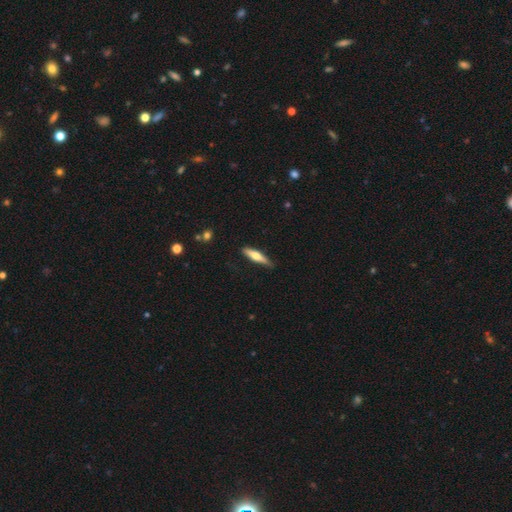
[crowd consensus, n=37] This appears to be a smooth galaxy with no disk features (57%) that is cigar-shaped (62%). Merging: none (81%).